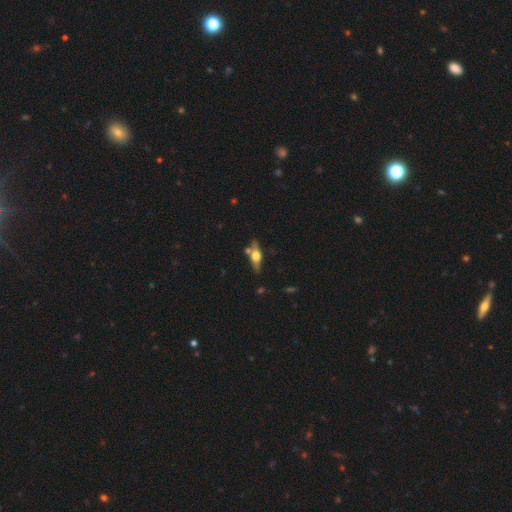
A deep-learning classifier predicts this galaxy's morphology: Smooth or featured? Predicted: featured or disk (p=0.60). Edge-on disk? Predicted: yes (p=0.90). Edge-on bulge? Predicted: rounded (p=0.94). Merging? Predicted: none (p=0.72).